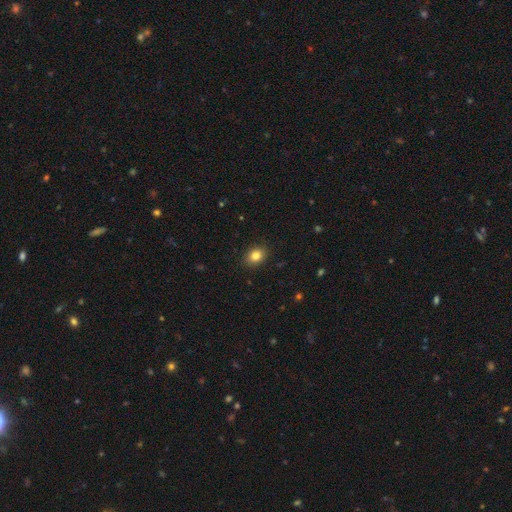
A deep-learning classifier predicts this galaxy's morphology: Smooth or featured: smooth — 83% (star or artifact — 10%)
How rounded: in between — 56% (round — 43%)
Merging: none — 89% (minor disturbance — 8%)